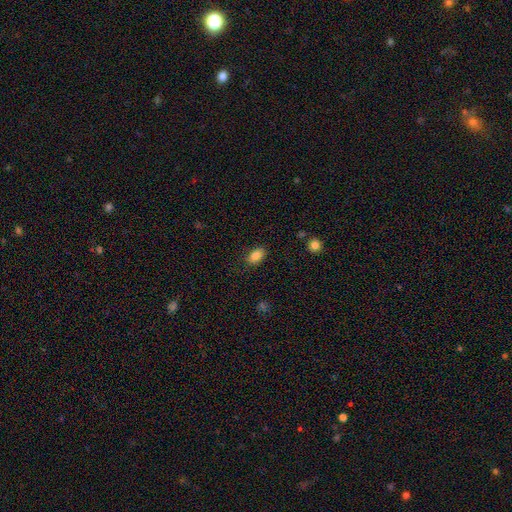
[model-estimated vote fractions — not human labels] smooth-or-featured: smooth: 85% | star or artifact: 9% | featured or disk: 6%
  how-rounded: in between: 89% | round: 9% | cigar-shaped: 2%
  merging: none: 85% | minor disturbance: 11% | major disturbance: 3% | merger: 1%